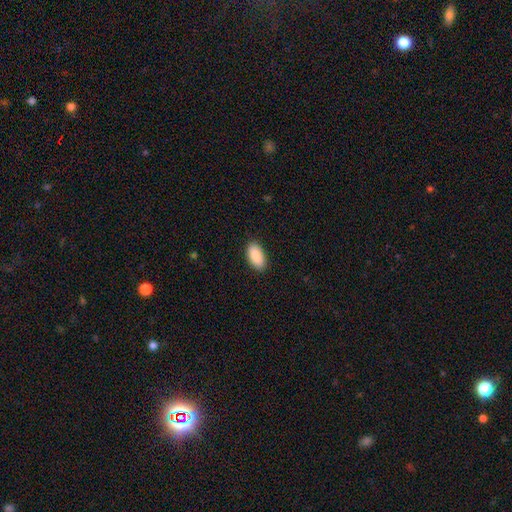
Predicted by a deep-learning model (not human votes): A smooth galaxy with no disk features (91%) that is in between round and cigar-shaped (94%). Merging: none (89%).